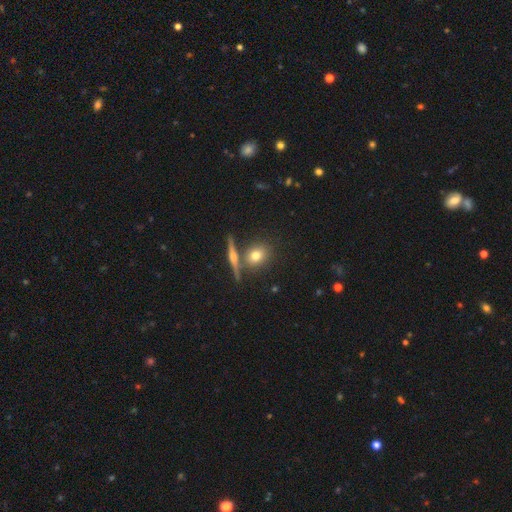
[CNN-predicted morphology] A smooth galaxy with no disk features (69%) that is round (64%).

Vote fractions:
- Smooth or featured? smooth: 69% / featured or disk: 20% / star or artifact: 11%
- How rounded? round: 64% / in between: 31% / cigar-shaped: 5%
- Merging? none: 67% / merger: 19% / minor disturbance: 10% / major disturbance: 4%